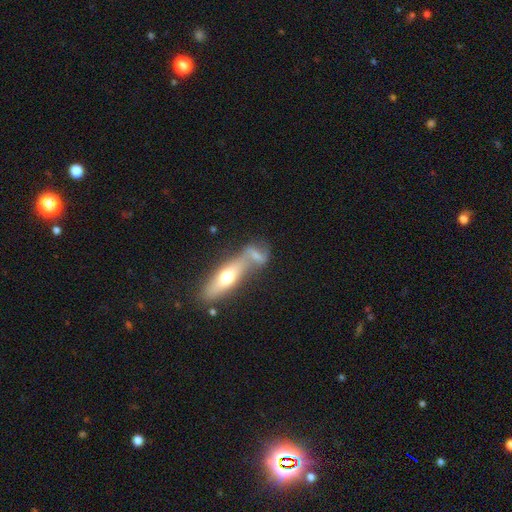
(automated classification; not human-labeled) Smooth or featured: smooth — 47% (featured or disk — 43%)
Merging: merger — 49% (none — 31%)